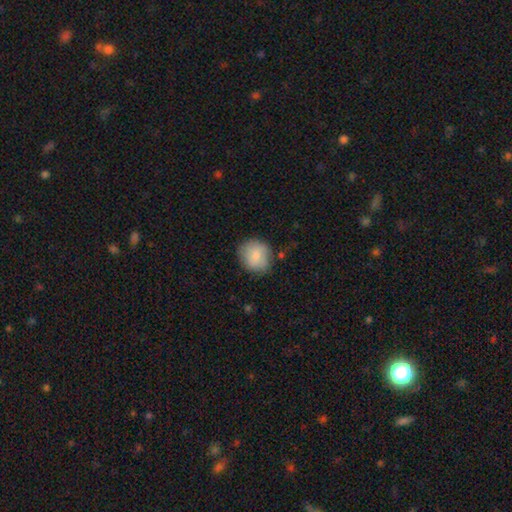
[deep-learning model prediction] smooth 83%, featured or disk 11%, star or artifact 6%. Down the decision tree: how rounded — round (82%); merging — none (77%).